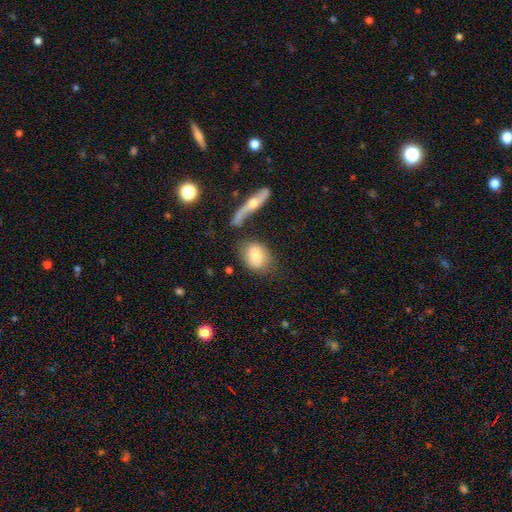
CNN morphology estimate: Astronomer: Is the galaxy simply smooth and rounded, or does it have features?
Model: smooth — 75%.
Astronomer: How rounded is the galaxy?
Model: in between — 61%.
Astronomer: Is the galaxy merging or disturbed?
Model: none — 59%.